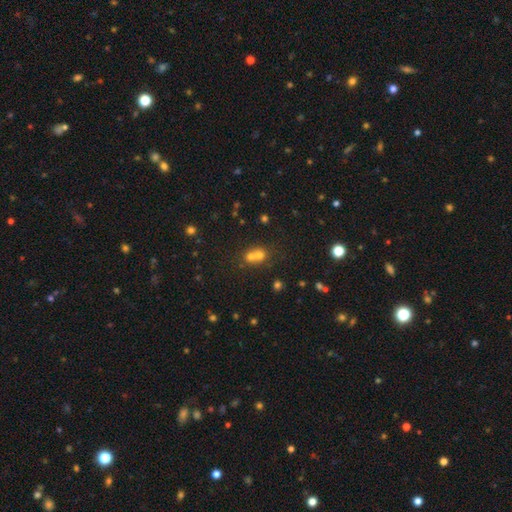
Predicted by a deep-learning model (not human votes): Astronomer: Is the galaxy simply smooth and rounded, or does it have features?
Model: smooth — 65%.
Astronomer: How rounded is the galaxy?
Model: round — 77%.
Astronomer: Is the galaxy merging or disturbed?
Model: merger — 64%.